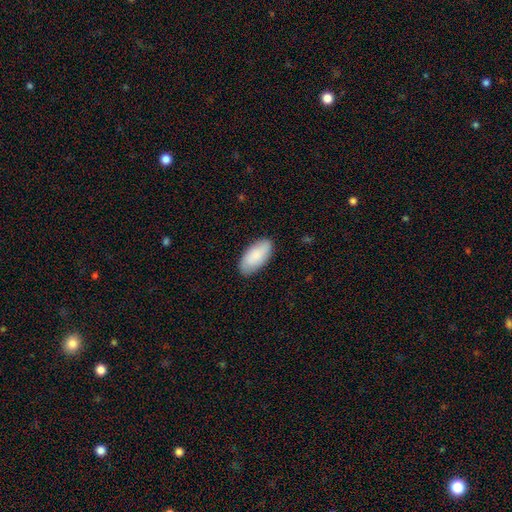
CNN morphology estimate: Smooth or featured: smooth — 85% (featured or disk — 10%)
How rounded: in between — 94% (cigar-shaped — 4%)
Merging: none — 86% (minor disturbance — 11%)